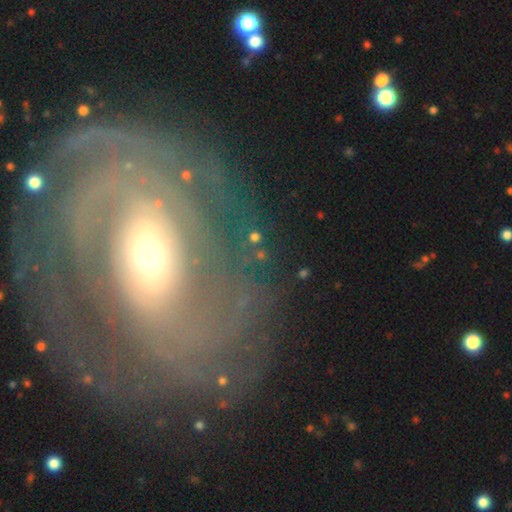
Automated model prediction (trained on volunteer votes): Smooth or featured? Predicted: featured or disk (p=0.78). Edge-on disk? Predicted: no (p=0.95). Bar? Predicted: no (p=0.57). Spiral arms? Predicted: yes (p=0.79). Spiral winding? Predicted: tight (p=0.62). Spiral arm count? Predicted: can't tell (p=0.40). Bulge size? Predicted: moderate (p=0.59). Merging? Predicted: none (p=0.67).